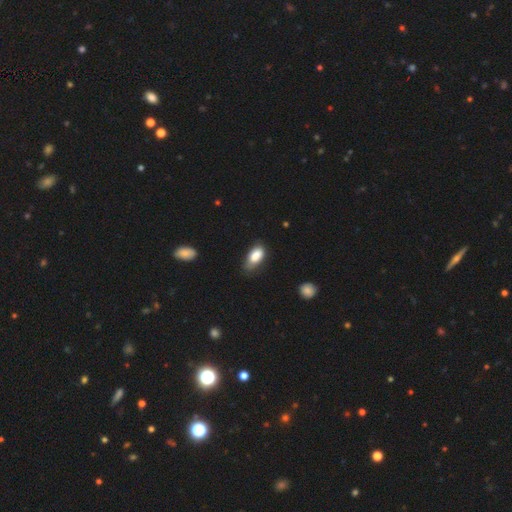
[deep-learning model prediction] Q: Smooth or featured?
A: smooth (84%); runner-up: featured or disk (8%)
Q: How rounded?
A: in between (92%); runner-up: cigar-shaped (4%)
Q: Merging?
A: none (54%); runner-up: minor disturbance (35%)